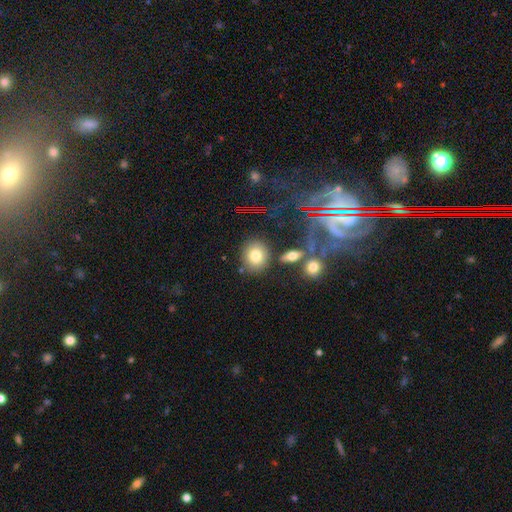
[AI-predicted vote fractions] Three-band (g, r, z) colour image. It shows a smooth galaxy with no disk features (77%) that is round (68%). Merging: none (78%).